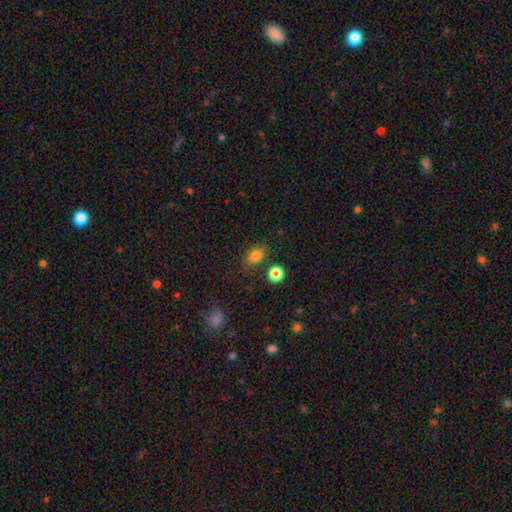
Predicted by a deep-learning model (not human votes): smooth 82%, star or artifact 13%, featured or disk 6%. Down the decision tree: how rounded — in between (66%); merging — none (78%).